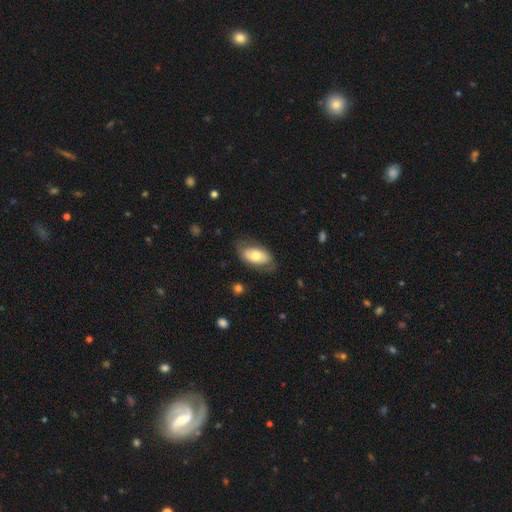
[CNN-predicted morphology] Smooth or featured? Predicted: smooth (p=0.60). How rounded? Predicted: in between (p=0.93). Merging? Predicted: none (p=0.72).